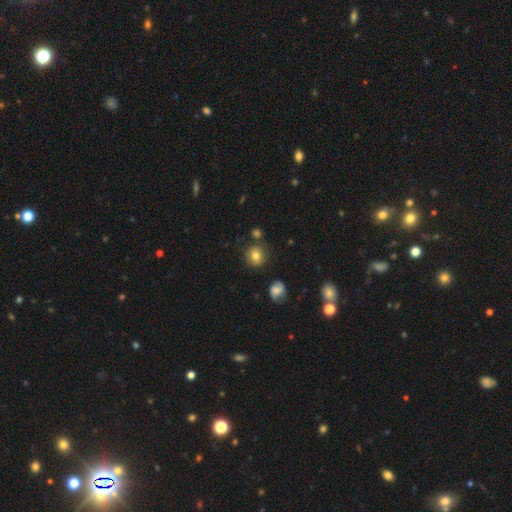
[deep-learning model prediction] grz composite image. It shows a smooth galaxy with no disk features (78%) that is round (85%). Merging: none (81%).